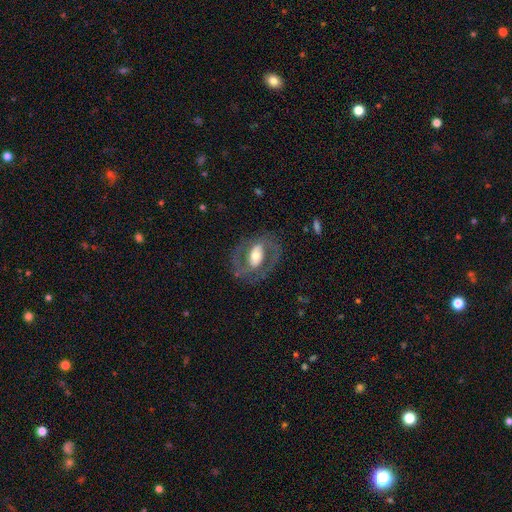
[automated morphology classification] A featured or disk galaxy (76%) with a weak bar (35%), 2 (85%) medium (53%) spiral arms (74%) and a moderate central bulge (55%). Merging: none (73%).